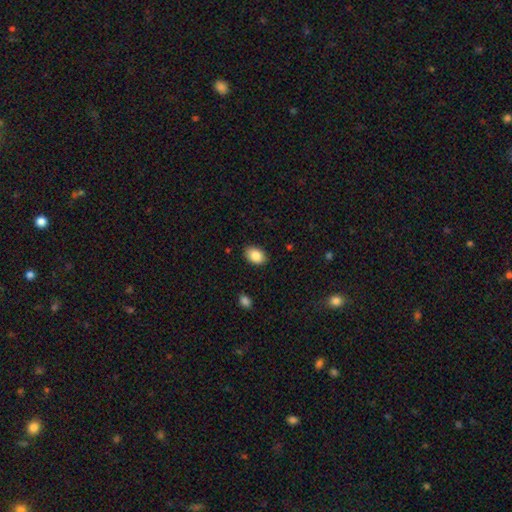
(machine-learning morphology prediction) The model was most divided on "how rounded": in between: 84%, round: 15%, cigar-shaped: 1%. More confident: smooth or featured — smooth (87%); merging — none (87%).